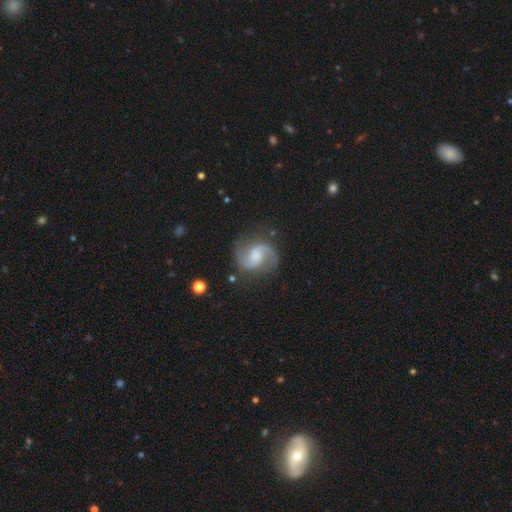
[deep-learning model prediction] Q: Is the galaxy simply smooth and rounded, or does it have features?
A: featured or disk — 89%.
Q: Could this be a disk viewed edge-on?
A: no — 98%.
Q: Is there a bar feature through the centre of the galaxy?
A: no — 48%.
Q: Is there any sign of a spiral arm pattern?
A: yes — 98%.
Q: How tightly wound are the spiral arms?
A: medium — 55%.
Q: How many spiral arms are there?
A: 2 — 94%.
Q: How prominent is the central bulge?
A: moderate — 31%, tied with small.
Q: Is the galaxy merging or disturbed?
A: none — 78%.